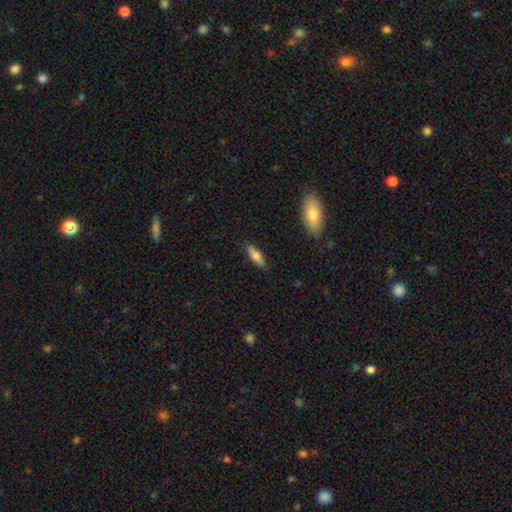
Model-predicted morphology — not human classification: smooth 72%, featured or disk 21%, star or artifact 7%. Down the decision tree: how rounded — cigar-shaped (49%, tied with in between); merging — none (86%).